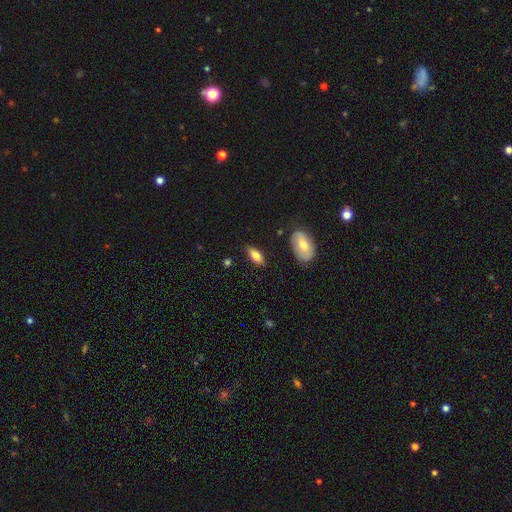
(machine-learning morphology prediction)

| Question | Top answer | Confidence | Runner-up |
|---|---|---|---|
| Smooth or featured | smooth | 72% | featured or disk (22%) |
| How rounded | in between | 79% | cigar-shaped (18%) |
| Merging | none | 83% | minor disturbance (12%) |